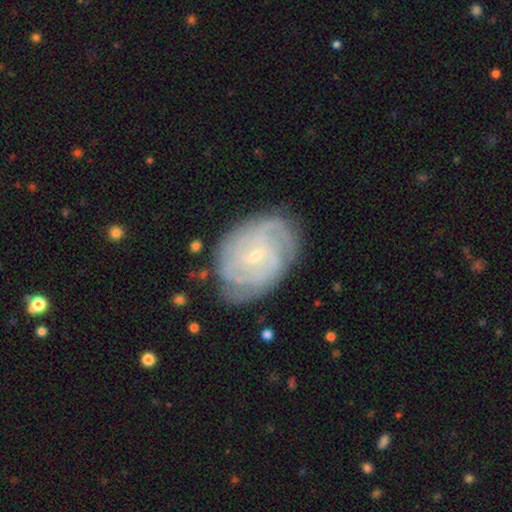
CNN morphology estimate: A featured or disk galaxy (84%) with no bar (56%), tight (70%) spiral arms (95%) and a small central bulge (83%). Merging: none (75%).